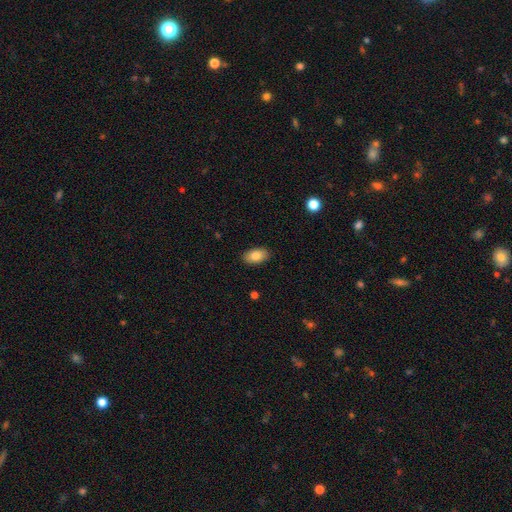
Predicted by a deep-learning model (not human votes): smooth_or_featured: smooth (p=0.84) [alt: featured or disk p=0.08]
how_rounded: in between (p=0.93) [alt: round p=0.05]
merging: none (p=0.89) [alt: minor disturbance p=0.08]